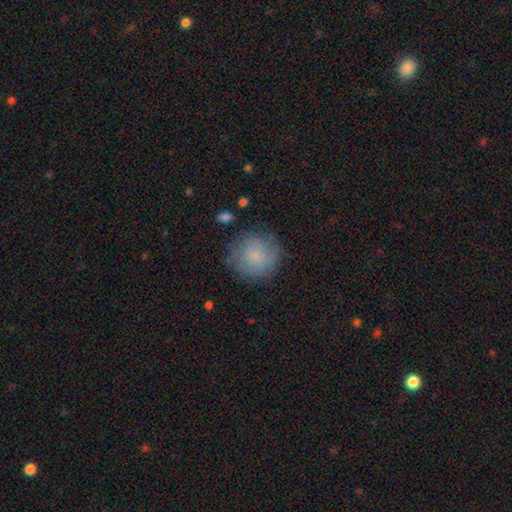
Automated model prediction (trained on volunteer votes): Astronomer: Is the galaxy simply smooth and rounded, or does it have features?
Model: smooth — 77%.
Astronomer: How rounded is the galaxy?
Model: round — 93%.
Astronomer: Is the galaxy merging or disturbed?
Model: none — 76%.